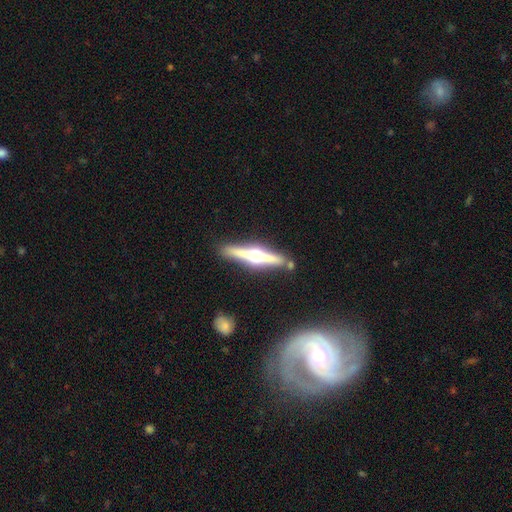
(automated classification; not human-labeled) This appears to be a featured or disk galaxy (79%) viewed edge-on (98%) with a rounded central bulge (95%). Merging: none (85%).